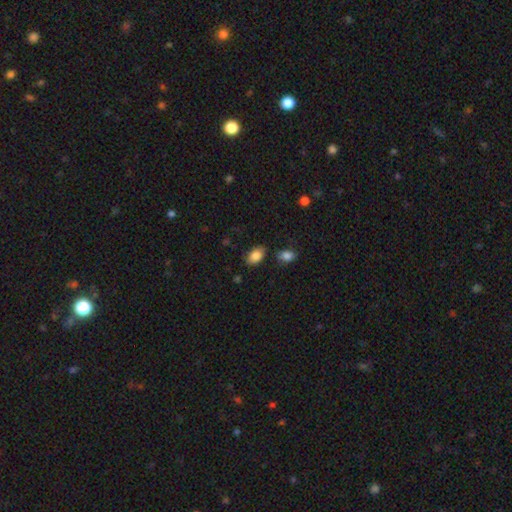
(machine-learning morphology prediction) type=smooth (85%); roundness=in between (89%); merging=none (78%).